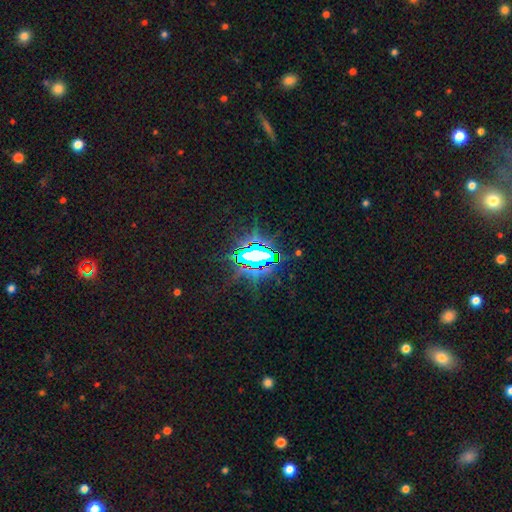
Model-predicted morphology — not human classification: Smooth or featured: star or artifact — 80% (featured or disk — 11%)